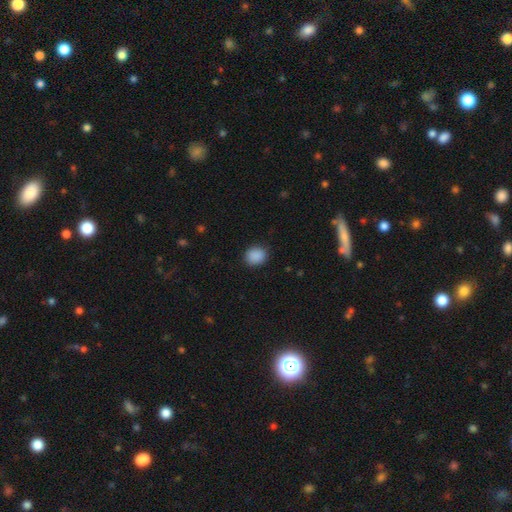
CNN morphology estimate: Q: Smooth or featured?
A: smooth (89%); runner-up: star or artifact (9%)
Q: How rounded?
A: round (71%); runner-up: in between (28%)
Q: Merging?
A: none (87%); runner-up: minor disturbance (10%)